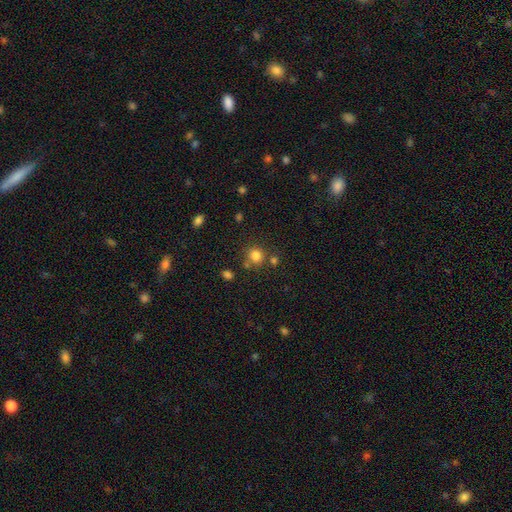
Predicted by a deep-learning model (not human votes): A smooth galaxy with no disk features (81%) that is round (88%).

Vote fractions:
- Smooth or featured? smooth: 81% / star or artifact: 14% / featured or disk: 5%
- How rounded? round: 88% / in between: 11% / cigar-shaped: 1%
- Merging? none: 72% / merger: 14% / minor disturbance: 10% / major disturbance: 4%